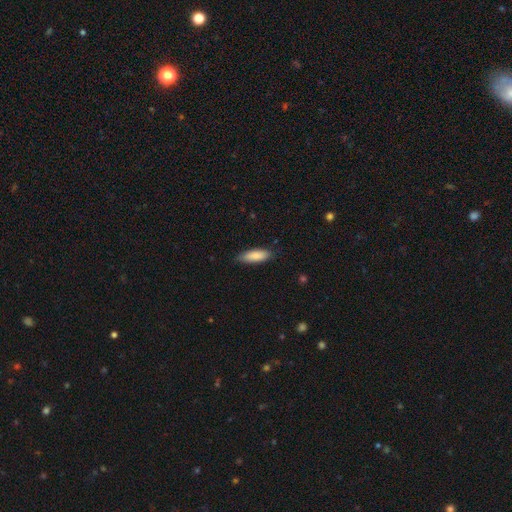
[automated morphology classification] Smooth or featured? smooth (85%)
How rounded? in between (57%)
Merging? none (81%)